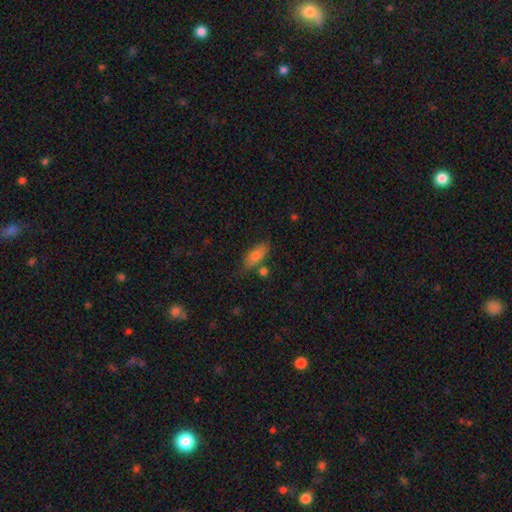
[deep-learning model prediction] The model was most divided on "merging": none: 67%, minor disturbance: 19%, merger: 10%, major disturbance: 4%. More confident: how rounded — in between (79%); smooth or featured — smooth (77%).